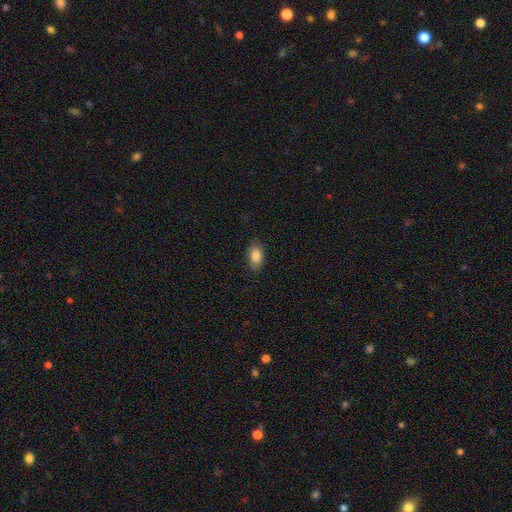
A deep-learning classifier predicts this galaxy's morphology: Q: Smooth or featured?
A: smooth (86%); runner-up: star or artifact (8%)
Q: How rounded?
A: in between (90%); runner-up: round (6%)
Q: Merging?
A: none (86%); runner-up: minor disturbance (11%)